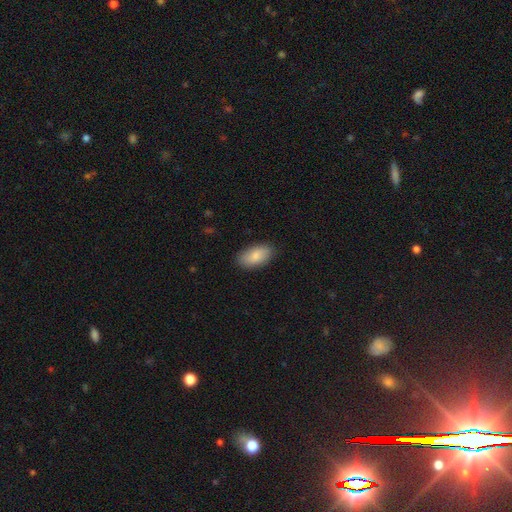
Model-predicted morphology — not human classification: Smooth or featured? smooth (85%)
How rounded? in between (94%)
Merging? none (85%)